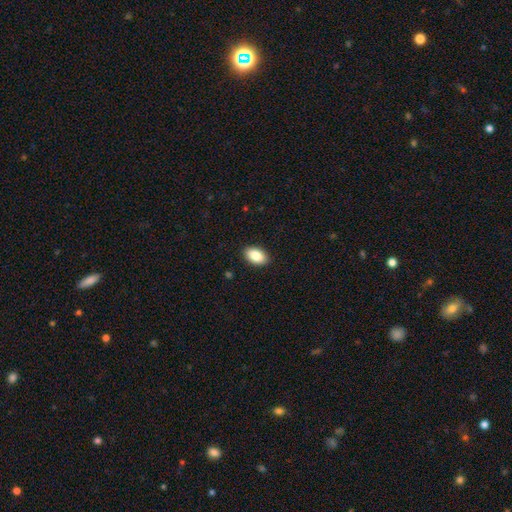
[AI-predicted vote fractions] smooth 86%, star or artifact 7%, featured or disk 7%. Down the decision tree: how rounded — in between (93%); merging — none (90%).